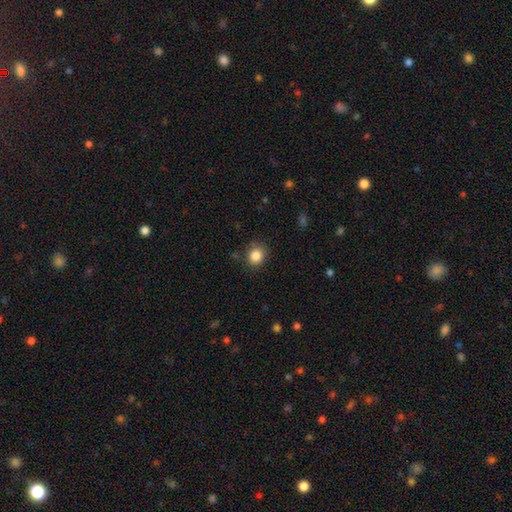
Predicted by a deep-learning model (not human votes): Morphology: type=smooth (85%); roundness=round (81%); merging=none (82%).